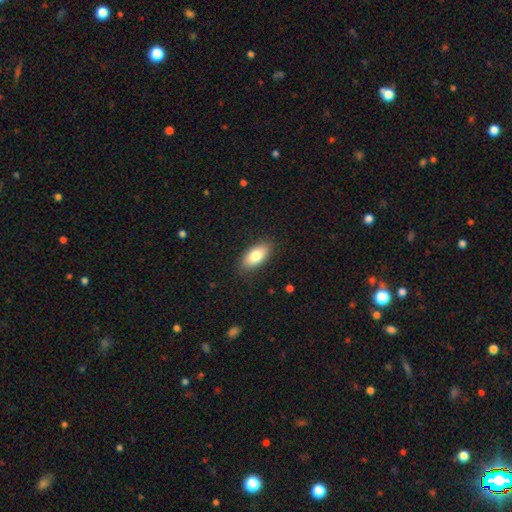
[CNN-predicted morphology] A smooth galaxy with no disk features (80%) that is in between round and cigar-shaped (90%).

Vote fractions:
- Smooth or featured? smooth: 80% / featured or disk: 13% / star or artifact: 7%
- How rounded? in between: 90% / cigar-shaped: 6% / round: 3%
- Merging? none: 86% / minor disturbance: 11% / major disturbance: 2% / merger: 1%